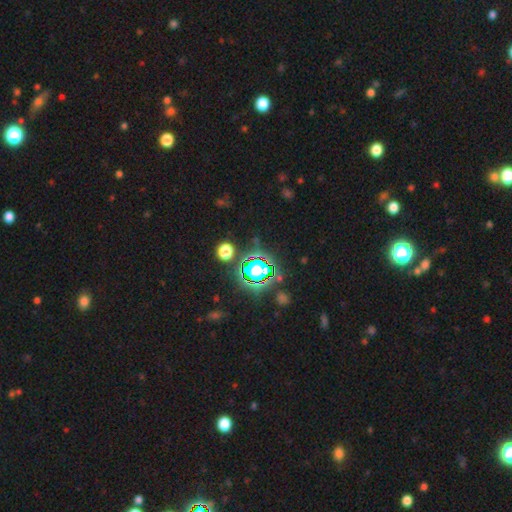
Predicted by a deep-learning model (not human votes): Smooth or featured?
  - star or artifact: 81% *
  - smooth: 12%
  - featured or disk: 7%